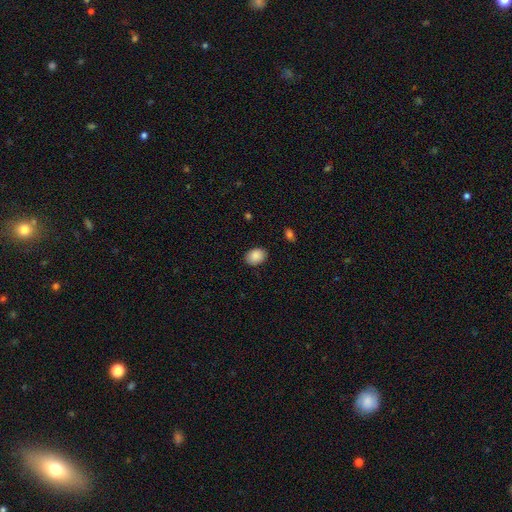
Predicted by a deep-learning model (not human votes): Overall: smooth (89%). How rounded: in between (70%). Merging: none (86%).